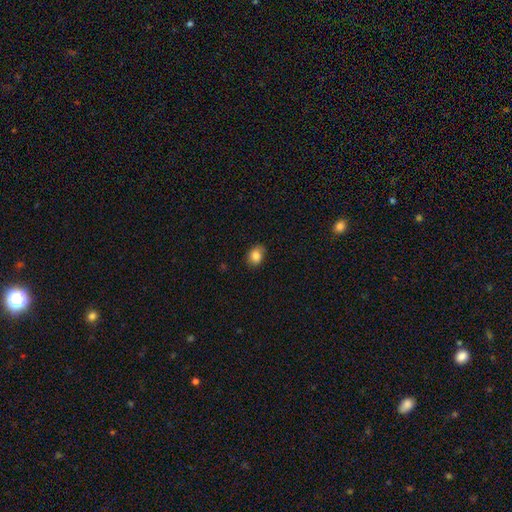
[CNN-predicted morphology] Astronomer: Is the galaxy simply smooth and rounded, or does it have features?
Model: smooth — 85%.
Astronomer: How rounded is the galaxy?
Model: in between — 56% (runner-up: round, 43%).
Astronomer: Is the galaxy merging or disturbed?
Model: none — 81%.